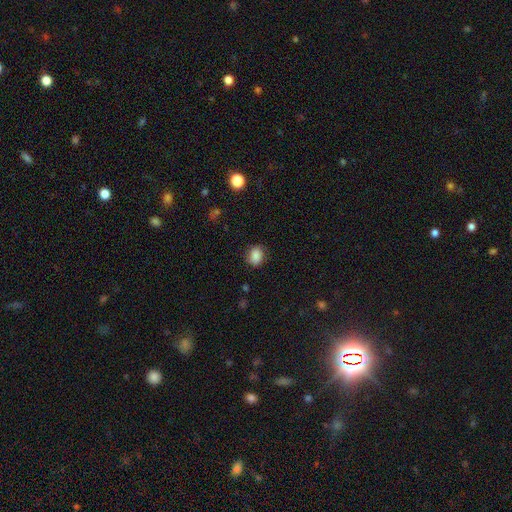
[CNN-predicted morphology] smooth-or-featured: smooth: 87% | star or artifact: 9% | featured or disk: 5%
  how-rounded: in between: 53% | round: 46% | cigar-shaped: 1%
  merging: none: 83% | minor disturbance: 13% | major disturbance: 3% | merger: 1%